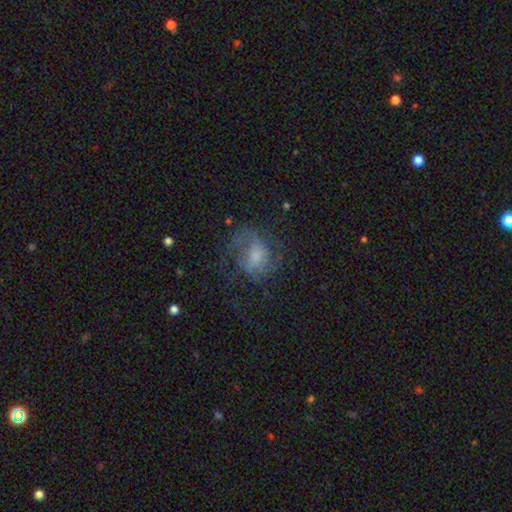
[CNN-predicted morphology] Overall: featured or disk (52%; smooth 36%). Edge-on disk: no (97%). Bar: no (54%; weak 36%). Spiral arms: yes (72%). Bulge size: moderate (38%; small 35%). Merging: none (45%; major disturbance 34%).